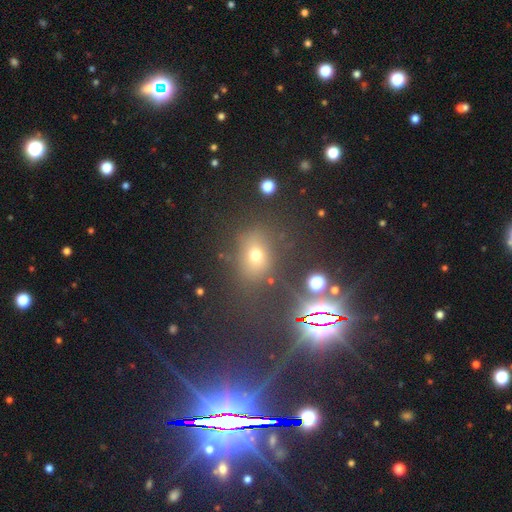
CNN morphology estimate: Q: Smooth or featured?
A: smooth (56%); runner-up: star or artifact (31%)
Q: How rounded?
A: in between (59%); runner-up: round (39%)
Q: Merging?
A: none (75%); runner-up: minor disturbance (13%)